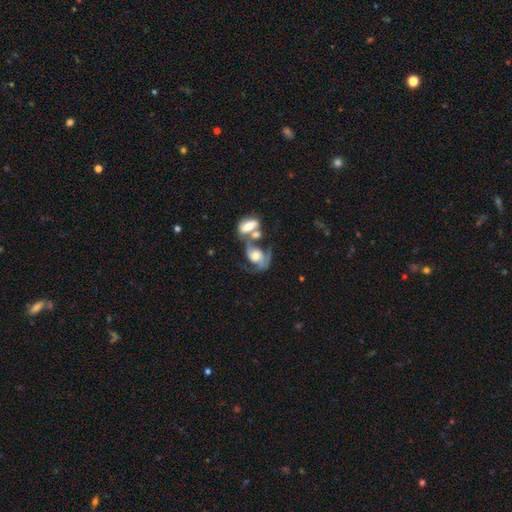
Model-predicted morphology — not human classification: A featured or disk galaxy (70%) with no bar (68%), 2 (71%) medium (42%) spiral arms (86%) and a moderate central bulge (52%). Merging: merger (55%).